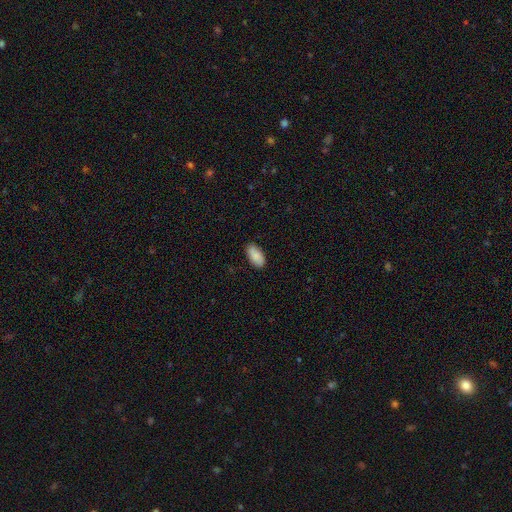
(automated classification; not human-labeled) Smooth or featured? Predicted: smooth (p=0.88). How rounded? Predicted: in between (p=0.94). Merging? Predicted: none (p=0.87).